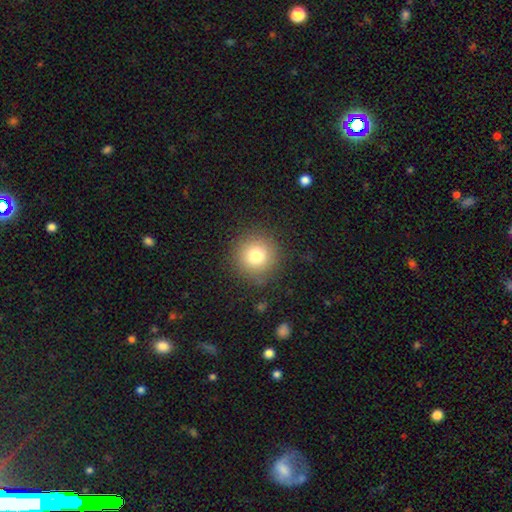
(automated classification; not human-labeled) This appears to be a smooth galaxy with no disk features (79%) that is round (95%). Merging: none (88%).